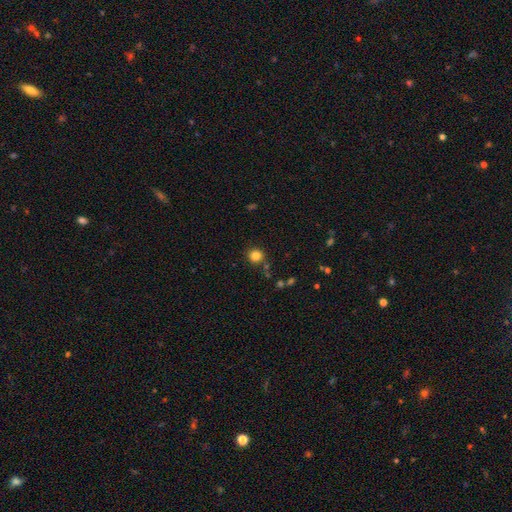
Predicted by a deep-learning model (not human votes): This is clearly a smooth galaxy (83%). How rounded: clearly round (92%). Merging: clearly none (84%).